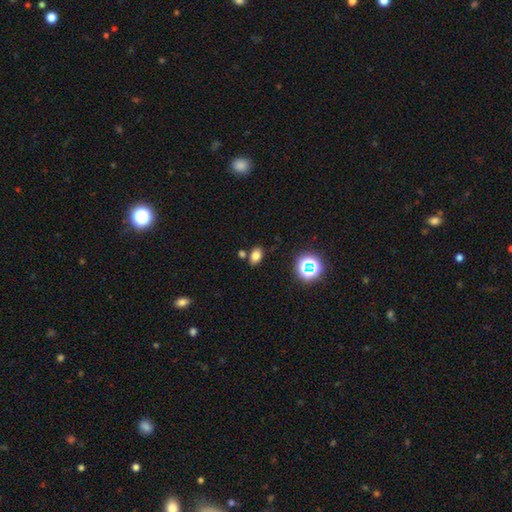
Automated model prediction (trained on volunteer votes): Smooth or featured: smooth — 75% (star or artifact — 17%)
How rounded: in between — 81% (round — 18%)
Merging: none — 76% (minor disturbance — 11%)